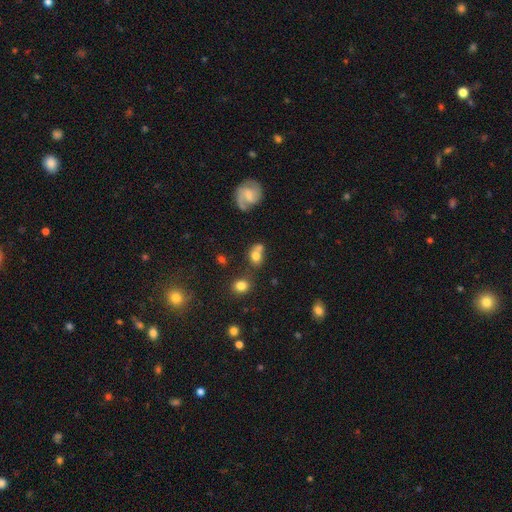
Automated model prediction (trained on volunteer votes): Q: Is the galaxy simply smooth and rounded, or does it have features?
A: smooth — 67%.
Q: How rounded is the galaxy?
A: round — 54%.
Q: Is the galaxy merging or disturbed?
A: none — 40%.